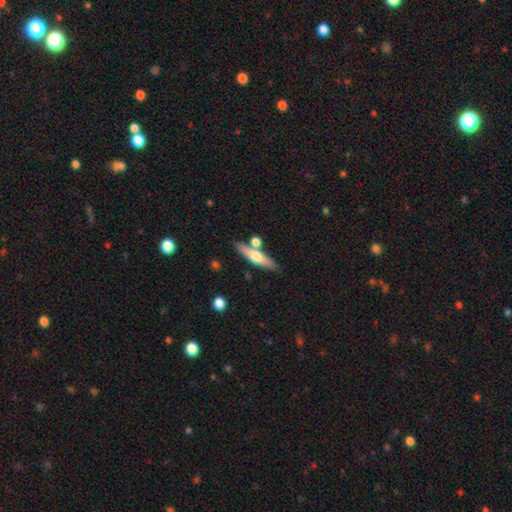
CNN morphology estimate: smooth-or-featured: smooth: 48% | featured or disk: 46% | star or artifact: 6%
  merging: none: 73% | merger: 14% | minor disturbance: 10% | major disturbance: 3%